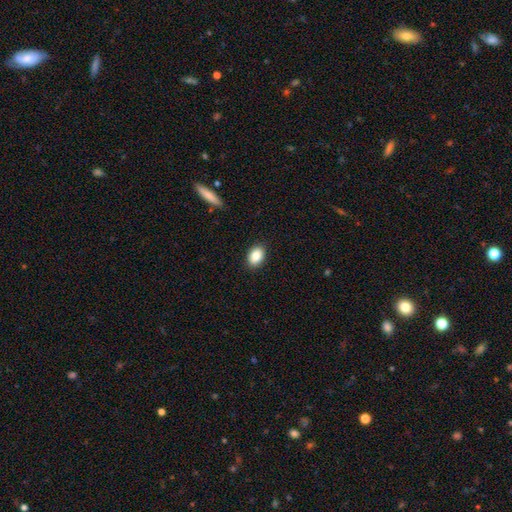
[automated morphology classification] Smooth or featured? Predicted: smooth (p=0.86). How rounded? Predicted: in between (p=0.80). Merging? Predicted: none (p=0.89).